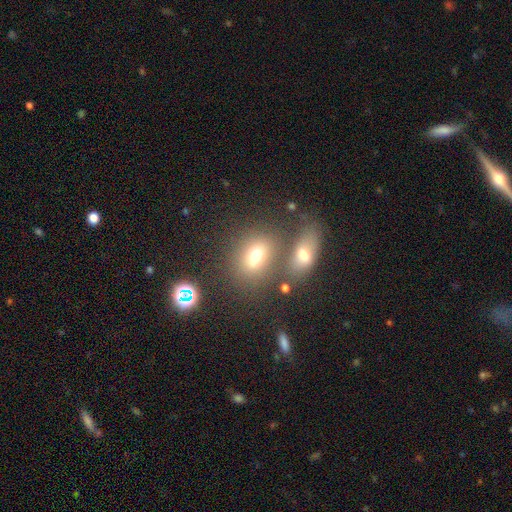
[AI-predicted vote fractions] A smooth galaxy with no disk features (69%) that is in between round and cigar-shaped (66%).

Vote fractions:
- Smooth or featured? smooth: 69% / featured or disk: 16% / star or artifact: 15%
- How rounded? in between: 66% / round: 31% / cigar-shaped: 3%
- Merging? none: 57% / merger: 26% / minor disturbance: 12% / major disturbance: 6%